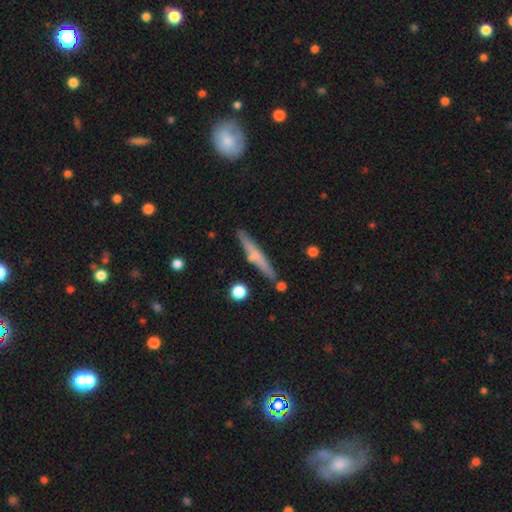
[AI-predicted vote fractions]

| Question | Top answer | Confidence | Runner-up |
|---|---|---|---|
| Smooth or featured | smooth | 53% | featured or disk (40%) |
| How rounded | cigar-shaped | 94% | in between (4%) |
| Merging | none | 84% | minor disturbance (10%) |